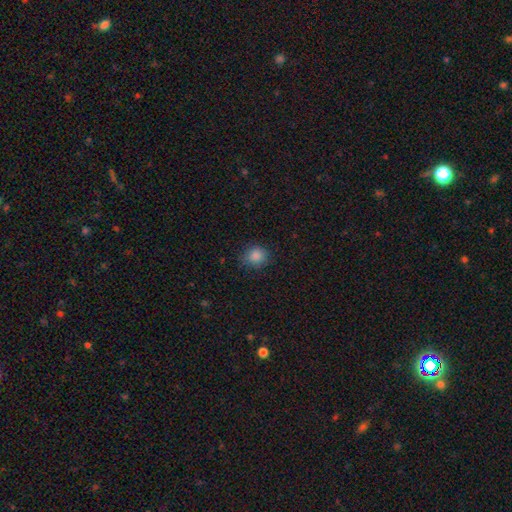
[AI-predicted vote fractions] A smooth galaxy with no disk features (85%) that is round (81%).

Vote fractions:
- Smooth or featured? smooth: 85% / star or artifact: 11% / featured or disk: 4%
- How rounded? round: 81% / in between: 18% / cigar-shaped: 1%
- Merging? none: 85% / minor disturbance: 12% / major disturbance: 3% / merger: 1%